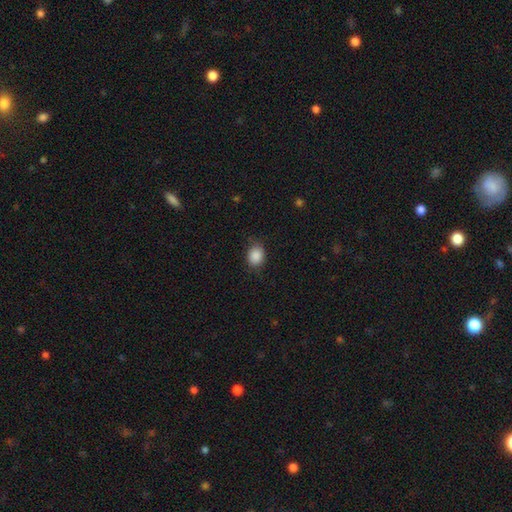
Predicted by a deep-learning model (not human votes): Overall: smooth (88%). How rounded: round (53%; in between 47%). Merging: none (78%).